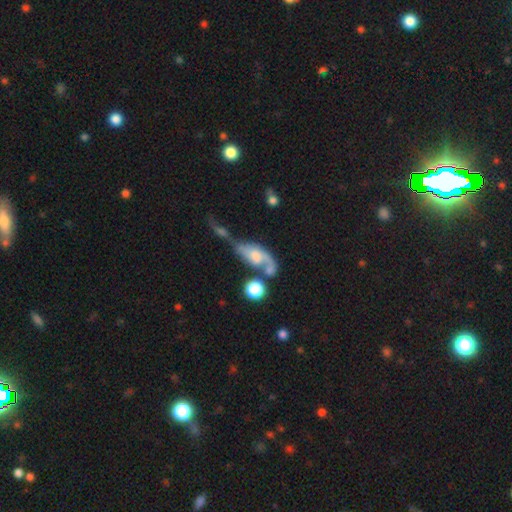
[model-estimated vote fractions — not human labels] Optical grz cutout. It shows a featured or disk galaxy (58%) with no bar (71%), spiral arms (73%) and a moderate central bulge (34%). Merging: merger (44%).